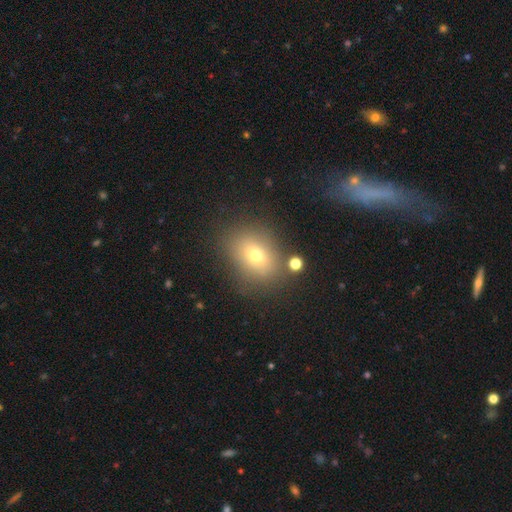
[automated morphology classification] Q: Smooth or featured?
A: smooth (69%); runner-up: featured or disk (16%)
Q: How rounded?
A: in between (59%); runner-up: round (40%)
Q: Merging?
A: none (77%); runner-up: minor disturbance (12%)